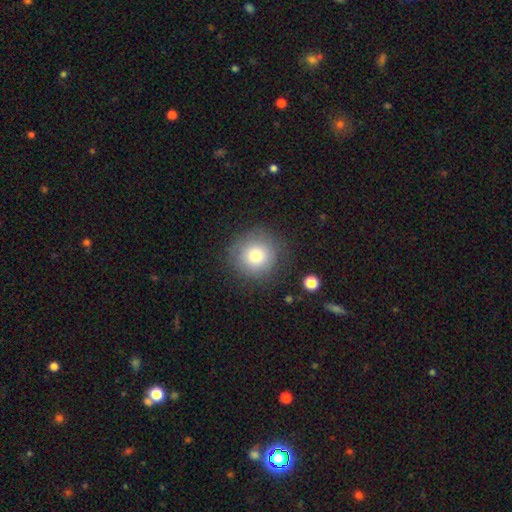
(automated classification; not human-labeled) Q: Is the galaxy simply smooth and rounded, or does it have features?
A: smooth — 79%.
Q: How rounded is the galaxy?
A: round — 94%.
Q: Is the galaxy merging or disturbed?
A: none — 83%.